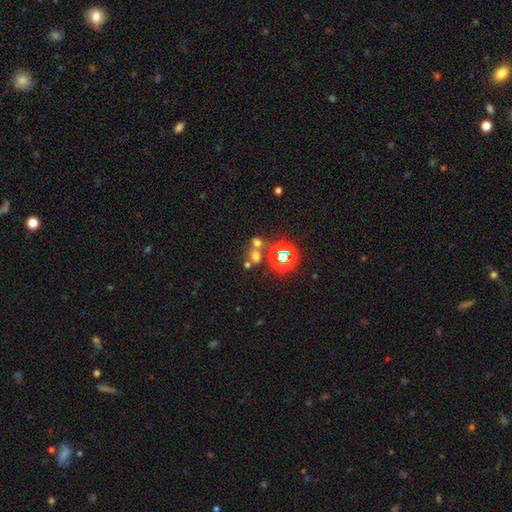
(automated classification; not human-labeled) Smooth or featured? smooth (46%)
Merging? none (52%)